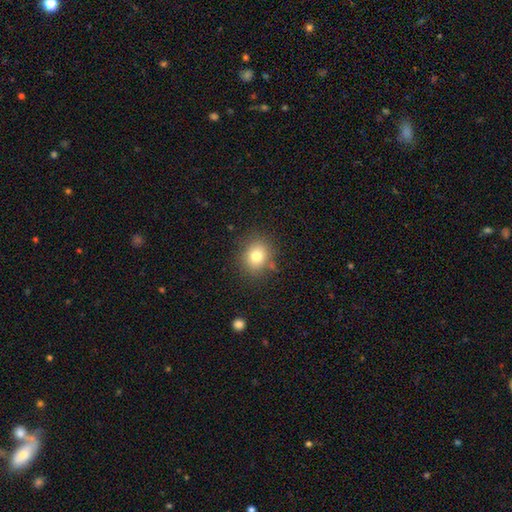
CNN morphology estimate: type=smooth (79%); roundness=round (67%); merging=none (82%).